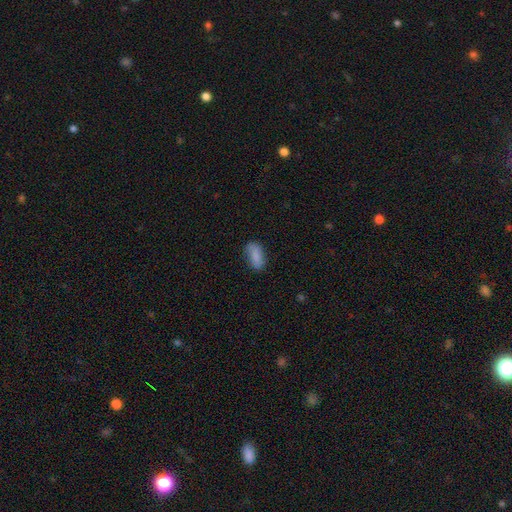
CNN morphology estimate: Overall: smooth (83%). How rounded: in between (88%). Merging: none (72%).